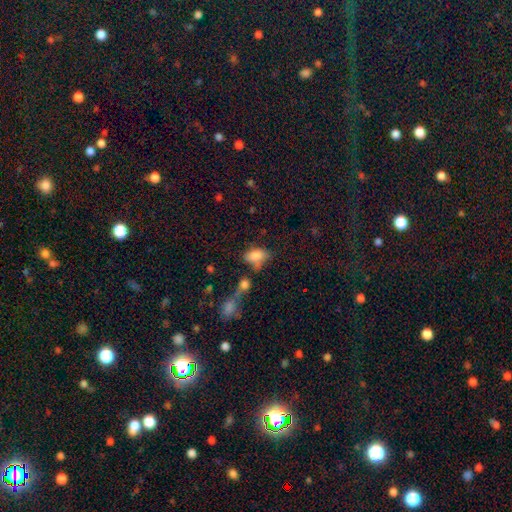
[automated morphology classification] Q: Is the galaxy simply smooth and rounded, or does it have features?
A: smooth — 80%.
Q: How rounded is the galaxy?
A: in between — 88%.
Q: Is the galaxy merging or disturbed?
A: none — 47%.